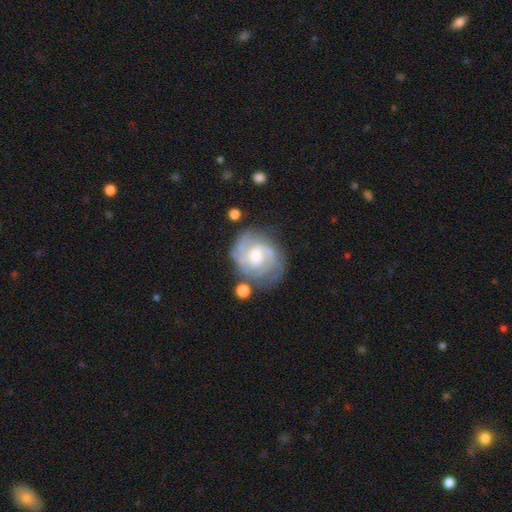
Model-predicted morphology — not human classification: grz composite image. It shows a featured or disk galaxy (83%) with no bar (60%), 2 (42%) tight (55%) spiral arms (94%) and a moderate central bulge (57%). Merging: none (68%).